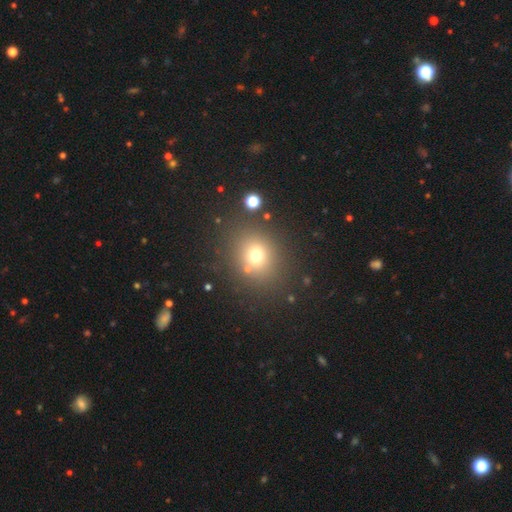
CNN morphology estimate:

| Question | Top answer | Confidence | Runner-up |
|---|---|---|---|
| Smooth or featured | smooth | 70% | star or artifact (20%) |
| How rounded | round | 74% | in between (25%) |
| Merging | none | 81% | minor disturbance (9%) |